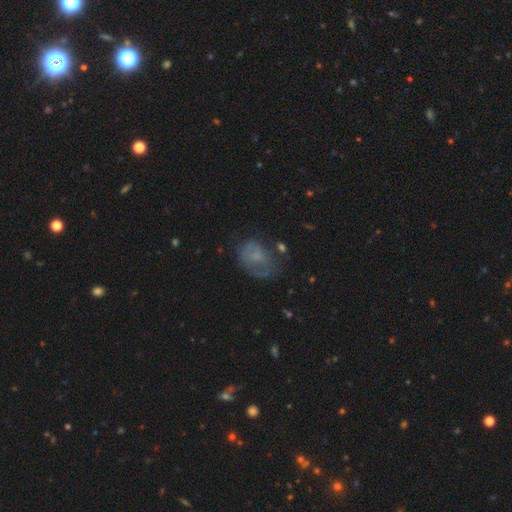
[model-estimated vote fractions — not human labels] Morphology: type=smooth (47%); merging=none (40%).